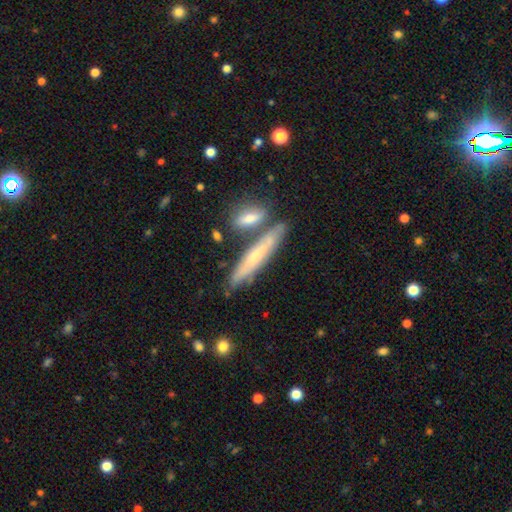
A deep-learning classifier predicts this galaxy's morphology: Smooth or featured?
  - smooth: 51% *
  - featured or disk: 43%
  - star or artifact: 6%
How rounded?
  - cigar-shaped: 87% *
  - in between: 11%
  - round: 2%
Merging?
  - none: 67% *
  - merger: 17%
  - minor disturbance: 13%
  - major disturbance: 3%